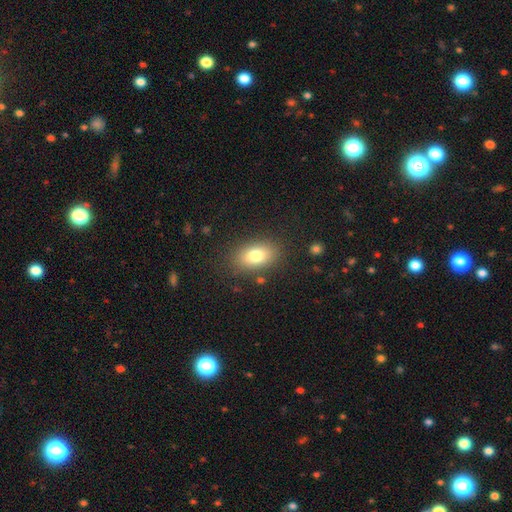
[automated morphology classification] This appears to be a smooth galaxy with no disk features (78%) that is in between round and cigar-shaped (85%). Merging: none (83%).